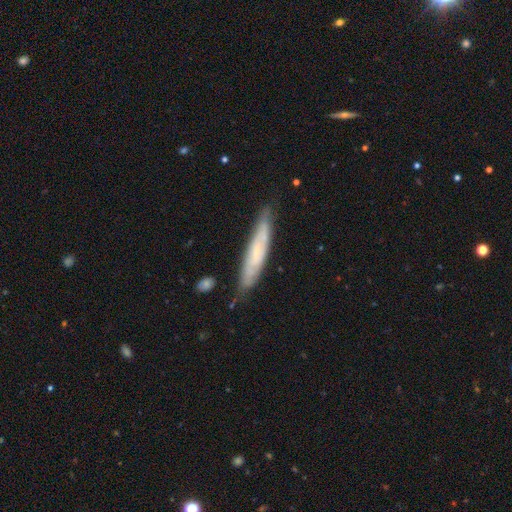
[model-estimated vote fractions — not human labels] Smooth or featured: featured or disk — 46% (tied with smooth — 46%)
Merging: none — 76% (minor disturbance — 18%)